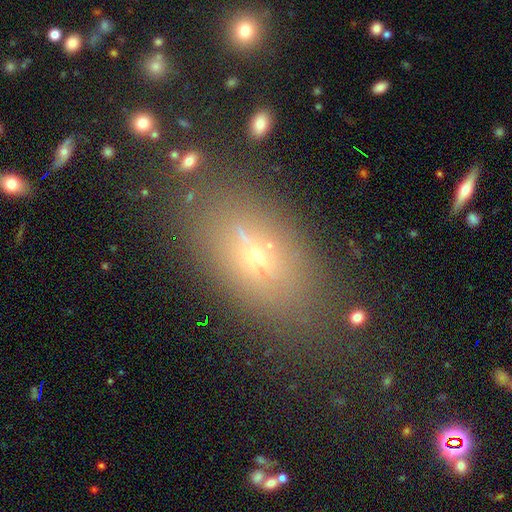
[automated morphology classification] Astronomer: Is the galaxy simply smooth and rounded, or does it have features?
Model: featured or disk — 42% (runner-up: smooth, 40%).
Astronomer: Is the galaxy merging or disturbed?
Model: none — 74%.